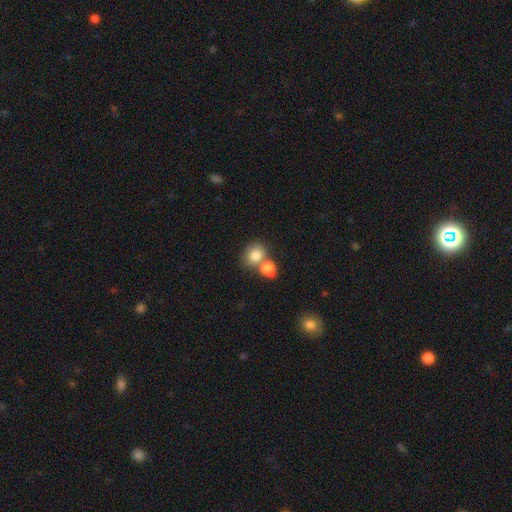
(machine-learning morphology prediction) Smooth or featured?
  - smooth: 81% *
  - featured or disk: 10%
  - star or artifact: 9%
How rounded?
  - round: 64% *
  - in between: 35%
  - cigar-shaped: 1%
Merging?
  - merger: 52% *
  - none: 36%
  - minor disturbance: 9%
  - major disturbance: 4%